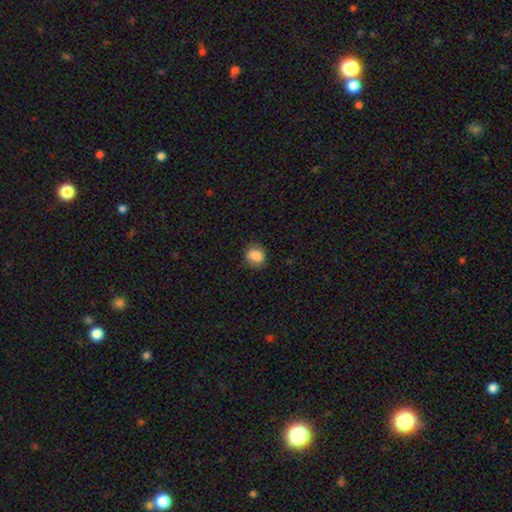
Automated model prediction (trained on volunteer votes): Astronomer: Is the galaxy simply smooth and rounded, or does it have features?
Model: smooth — 85%.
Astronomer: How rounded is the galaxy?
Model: round — 63%.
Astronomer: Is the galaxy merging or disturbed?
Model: none — 82%.